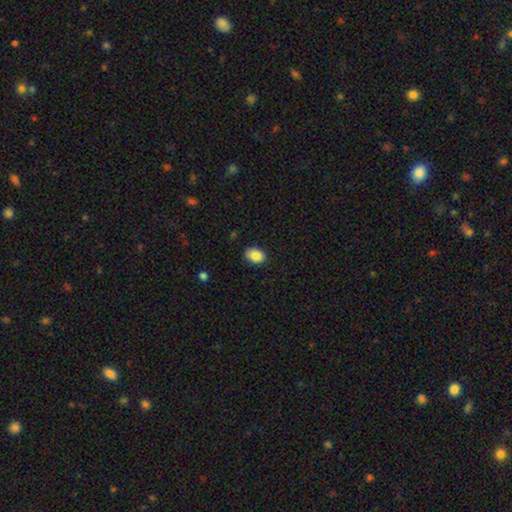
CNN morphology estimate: Smooth or featured?
  - smooth: 86% *
  - star or artifact: 8%
  - featured or disk: 6%
How rounded?
  - in between: 75% *
  - round: 24%
  - cigar-shaped: 1%
Merging?
  - none: 81% *
  - minor disturbance: 15%
  - major disturbance: 2%
  - merger: 1%